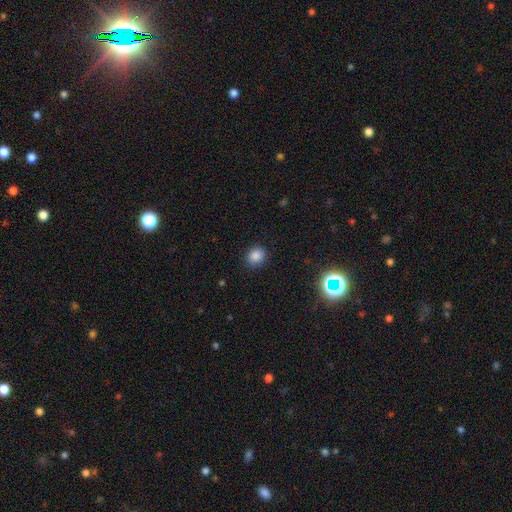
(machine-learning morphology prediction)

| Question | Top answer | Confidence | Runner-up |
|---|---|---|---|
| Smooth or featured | smooth | 84% | star or artifact (12%) |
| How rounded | round | 66% | in between (33%) |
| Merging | none | 88% | minor disturbance (9%) |